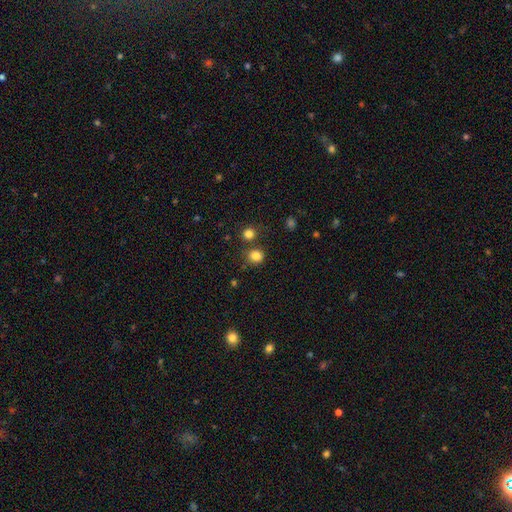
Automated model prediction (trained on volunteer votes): smooth 82%, star or artifact 13%, featured or disk 5%. Down the decision tree: how rounded — round (82%); merging — none (76%).